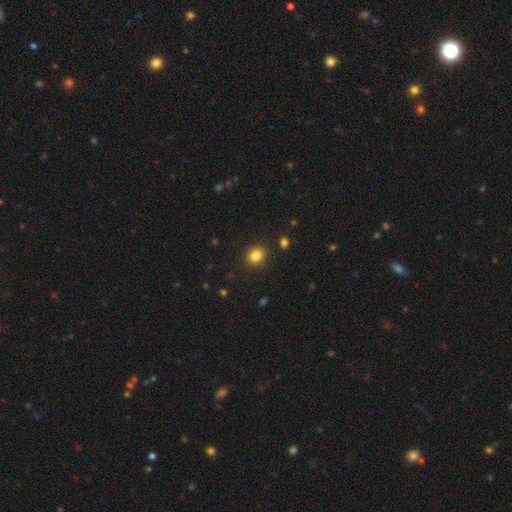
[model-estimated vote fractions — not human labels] Morphology: type=smooth (84%); roundness=round (76%); merging=none (88%).